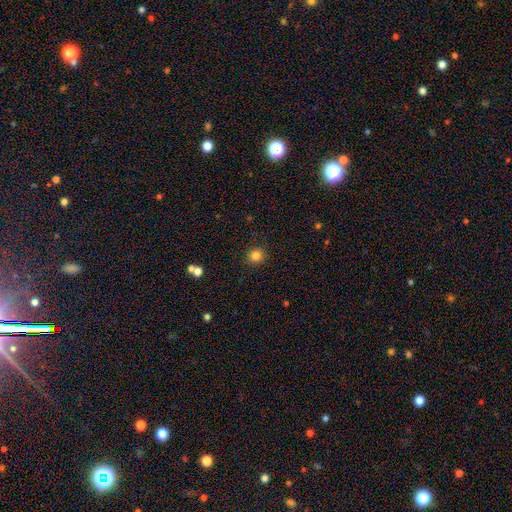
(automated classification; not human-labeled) Smooth or featured? smooth (83%)
How rounded? round (92%)
Merging? none (91%)